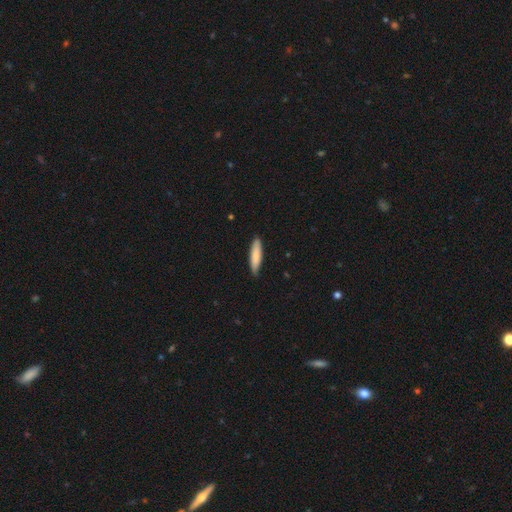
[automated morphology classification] smooth-or-featured: smooth: 83% | featured or disk: 12% | star or artifact: 5%
  how-rounded: cigar-shaped: 78% | in between: 21% | round: 1%
  merging: none: 85% | minor disturbance: 13% | major disturbance: 2% | merger: 1%